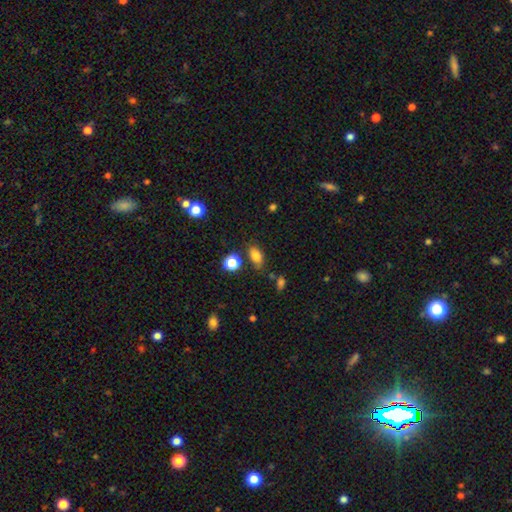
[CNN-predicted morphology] The model was most divided on "merging": none: 73%, minor disturbance: 17%, merger: 6%, major disturbance: 5%. More confident: how rounded — in between (83%); smooth or featured — smooth (80%).